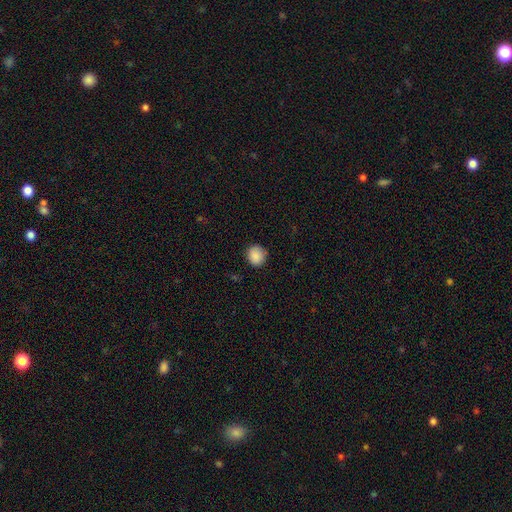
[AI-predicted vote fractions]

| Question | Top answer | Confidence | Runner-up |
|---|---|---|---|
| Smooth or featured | smooth | 88% | star or artifact (8%) |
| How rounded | round | 86% | in between (13%) |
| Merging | none | 87% | minor disturbance (10%) |